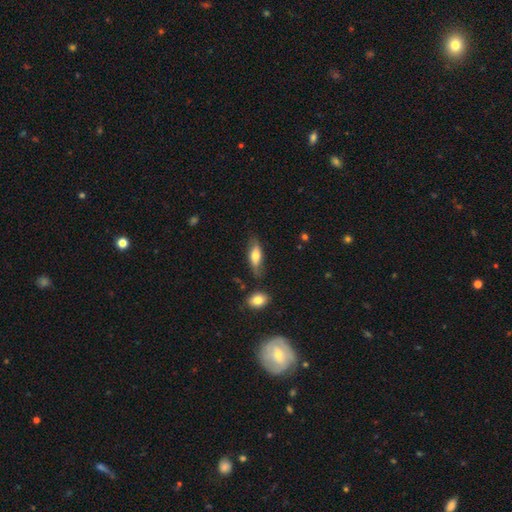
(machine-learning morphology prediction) smooth_or_featured: smooth (p=0.67) [alt: featured or disk p=0.26]
how_rounded: in between (p=0.70) [alt: cigar-shaped p=0.26]
merging: none (p=0.70) [alt: minor disturbance p=0.21]